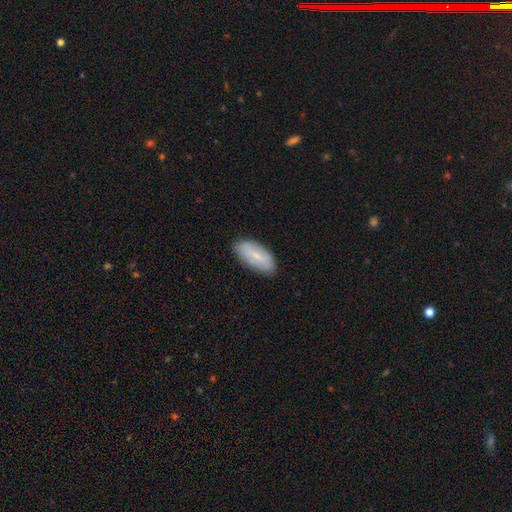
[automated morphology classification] A smooth galaxy with no disk features (59%) that is in between round and cigar-shaped (88%).

Vote fractions:
- Smooth or featured? smooth: 59% / featured or disk: 35% / star or artifact: 7%
- How rounded? in between: 88% / cigar-shaped: 10% / round: 2%
- Merging? none: 83% / minor disturbance: 13% / major disturbance: 3% / merger: 1%